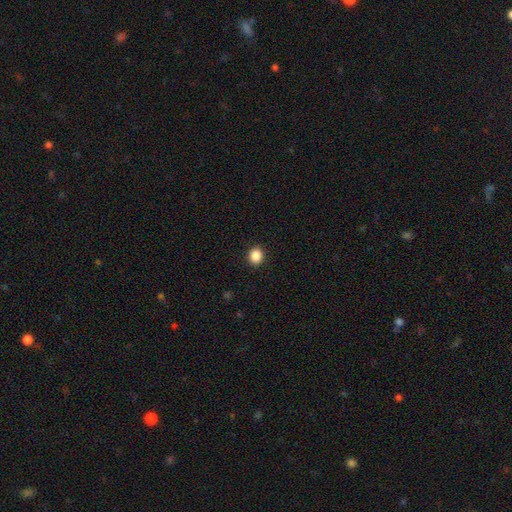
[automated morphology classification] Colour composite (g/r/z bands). It shows a smooth galaxy with no disk features (88%) that is round (72%). Merging: none (92%).